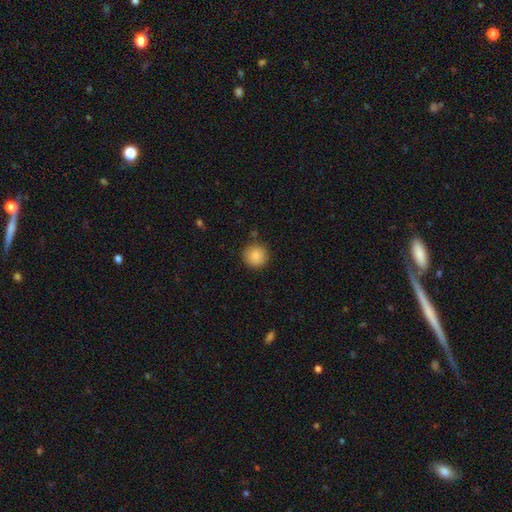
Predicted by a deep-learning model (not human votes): smooth-or-featured: smooth: 87% | star or artifact: 9% | featured or disk: 5%
  how-rounded: round: 94% | in between: 5% | cigar-shaped: 1%
  merging: none: 87% | minor disturbance: 9% | major disturbance: 2% | merger: 2%